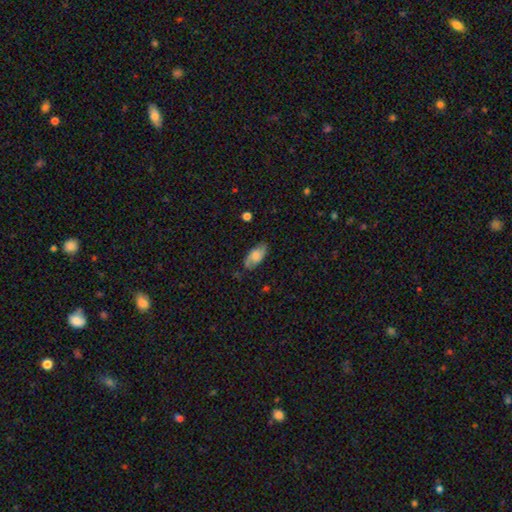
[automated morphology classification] This appears to be a smooth galaxy with no disk features (67%) that is in between round and cigar-shaped (90%). Merging: none (76%).